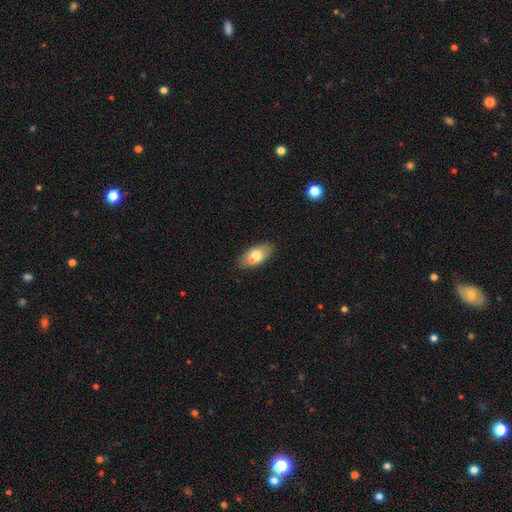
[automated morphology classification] smooth_or_featured: smooth (p=0.67) [alt: featured or disk p=0.26]
how_rounded: in between (p=0.91) [alt: cigar-shaped p=0.05]
merging: none (p=0.67) [alt: merger p=0.15]